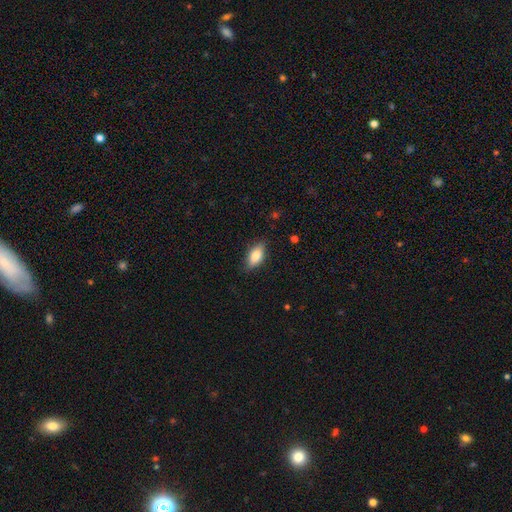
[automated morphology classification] Smooth or featured: smooth — 81% (featured or disk — 12%)
How rounded: in between — 88% (cigar-shaped — 8%)
Merging: none — 82% (minor disturbance — 14%)